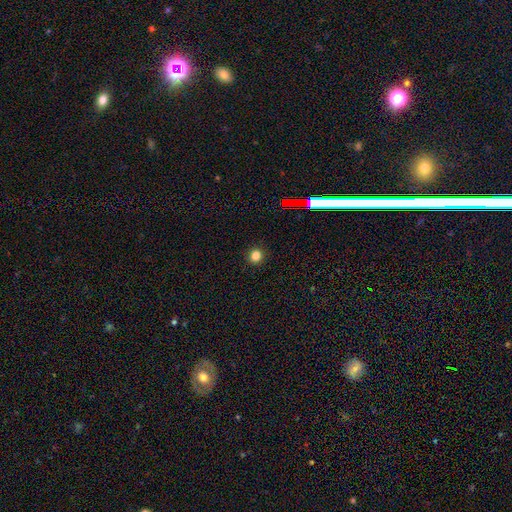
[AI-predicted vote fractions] Morphology: type=smooth (81%); roundness=round (88%); merging=none (92%).